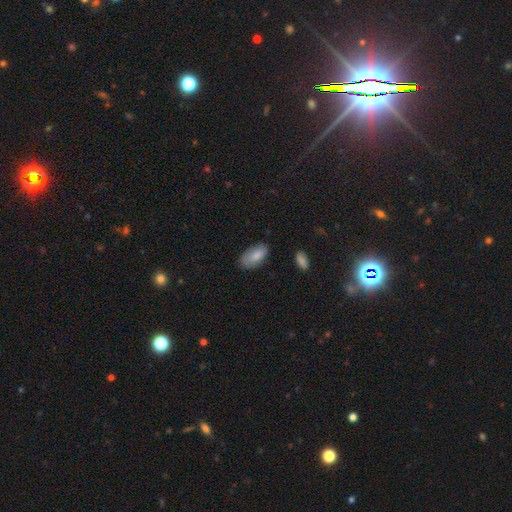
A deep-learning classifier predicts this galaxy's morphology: This appears to be a smooth galaxy with no disk features (85%) that is in between round and cigar-shaped (93%). Merging: none (72%).